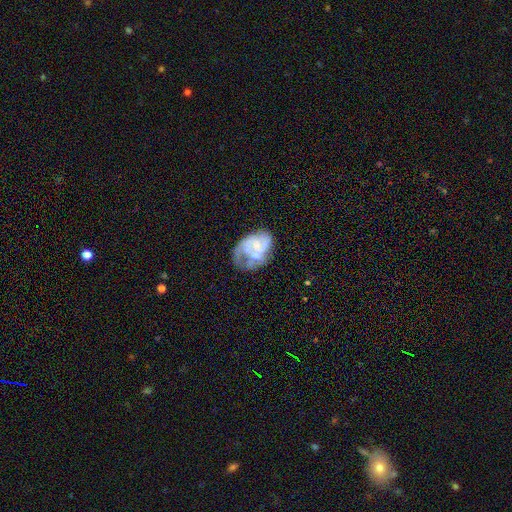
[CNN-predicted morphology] Smooth or featured: featured or disk — 71% (smooth — 21%)
Edge-on disk: no — 98% (yes — 2%)
Bar: no — 70% (weak — 25%)
Spiral arms: yes — 67% (no — 33%)
Bulge size: small — 51% (moderate — 24%)
Merging: none — 32% (major disturbance — 29%)